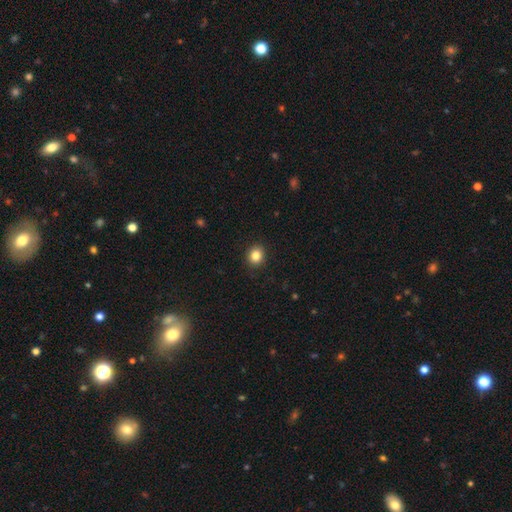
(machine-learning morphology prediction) A smooth galaxy with no disk features (84%) that is round (78%). Merging: none (91%).